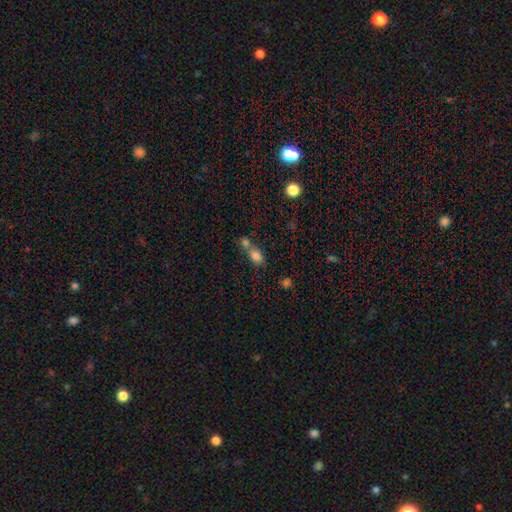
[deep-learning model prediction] Smooth or featured?
  - smooth: 79% *
  - star or artifact: 12%
  - featured or disk: 10%
How rounded?
  - in between: 76% *
  - round: 19%
  - cigar-shaped: 5%
Merging?
  - merger: 57% *
  - none: 30%
  - minor disturbance: 8%
  - major disturbance: 4%